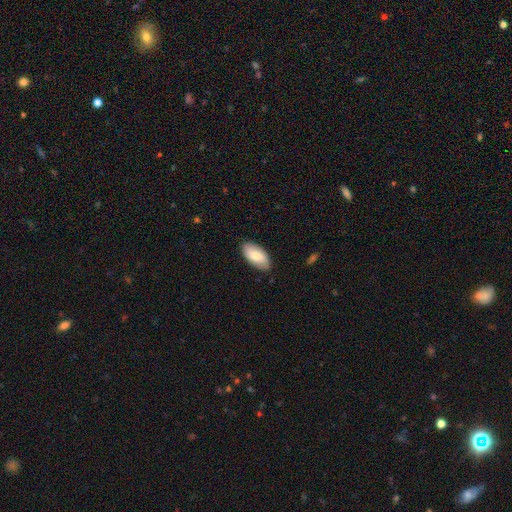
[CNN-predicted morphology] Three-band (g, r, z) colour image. It shows a smooth galaxy with no disk features (78%) that is in between round and cigar-shaped (94%). Merging: none (85%).